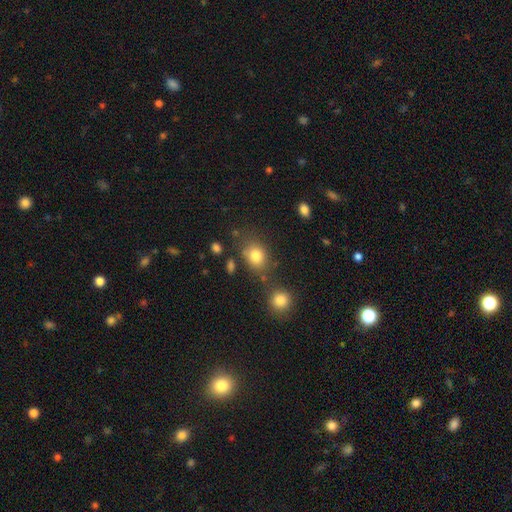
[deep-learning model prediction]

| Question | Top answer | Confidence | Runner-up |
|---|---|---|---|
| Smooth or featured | smooth | 81% | star or artifact (11%) |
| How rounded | in between | 51% | round (48%) |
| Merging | none | 66% | minor disturbance (15%) |